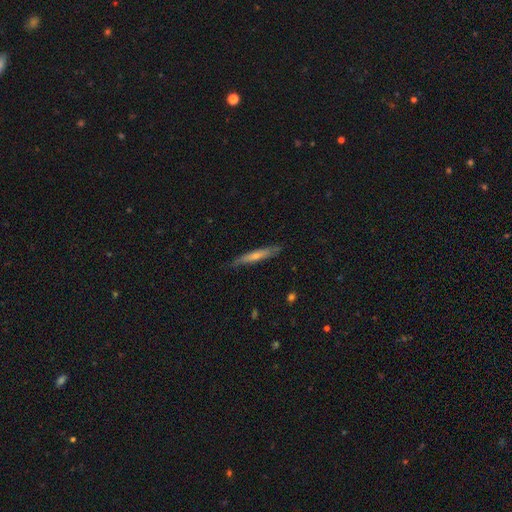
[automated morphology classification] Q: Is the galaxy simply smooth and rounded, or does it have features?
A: smooth — 55%.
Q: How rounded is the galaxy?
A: cigar-shaped — 93%.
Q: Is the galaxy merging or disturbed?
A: none — 79%.